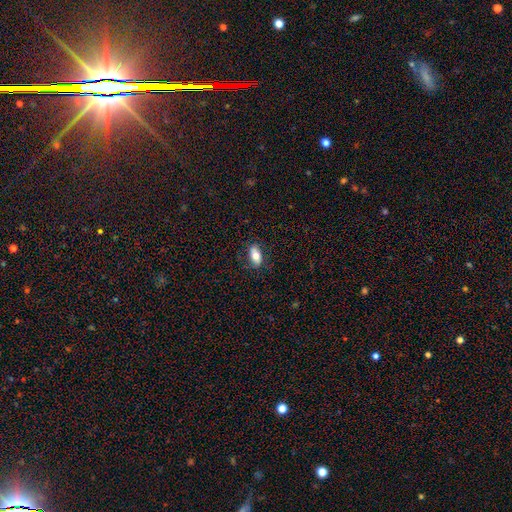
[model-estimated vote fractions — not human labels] smooth 74%, featured or disk 19%, star or artifact 7%. Down the decision tree: how rounded — in between (89%); merging — none (82%).